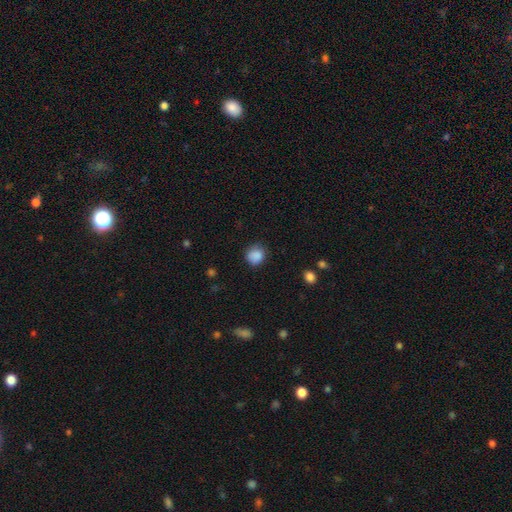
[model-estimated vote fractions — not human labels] Smooth or featured? Predicted: smooth (p=0.87). How rounded? Predicted: round (p=0.82). Merging? Predicted: none (p=0.76).